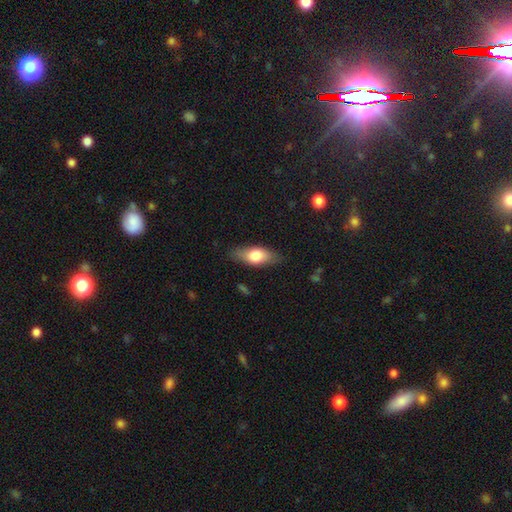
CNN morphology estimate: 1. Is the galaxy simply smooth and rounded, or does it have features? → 69% smooth, 25% featured or disk, 6% star or artifact.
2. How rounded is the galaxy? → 78% in between, 17% cigar-shaped, 4% round.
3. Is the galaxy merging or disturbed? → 82% none, 14% minor disturbance, 3% major disturbance, 1% merger.